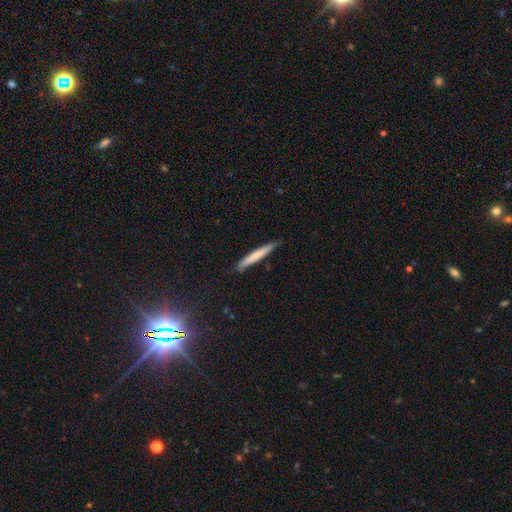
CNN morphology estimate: Smooth or featured? smooth (70%)
How rounded? cigar-shaped (96%)
Merging? none (85%)